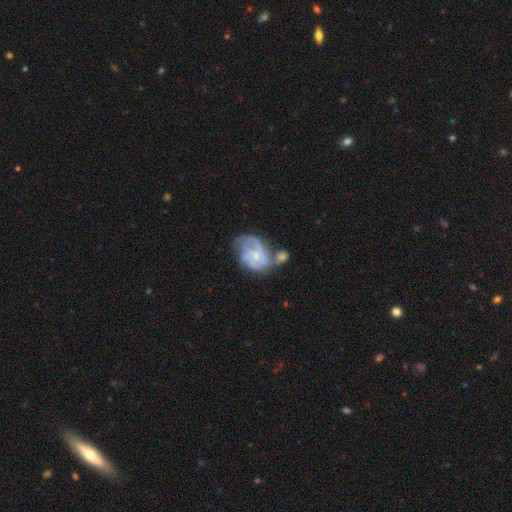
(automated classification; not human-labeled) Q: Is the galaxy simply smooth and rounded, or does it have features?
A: featured or disk — 76%.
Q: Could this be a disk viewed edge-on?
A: no — 98%.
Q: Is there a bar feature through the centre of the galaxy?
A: no — 70%.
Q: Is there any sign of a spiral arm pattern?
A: yes — 88%.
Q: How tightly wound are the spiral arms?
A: tight — 49%.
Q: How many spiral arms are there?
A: can't tell — 34%.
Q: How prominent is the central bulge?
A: small — 69%.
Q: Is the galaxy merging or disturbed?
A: merger — 32%.